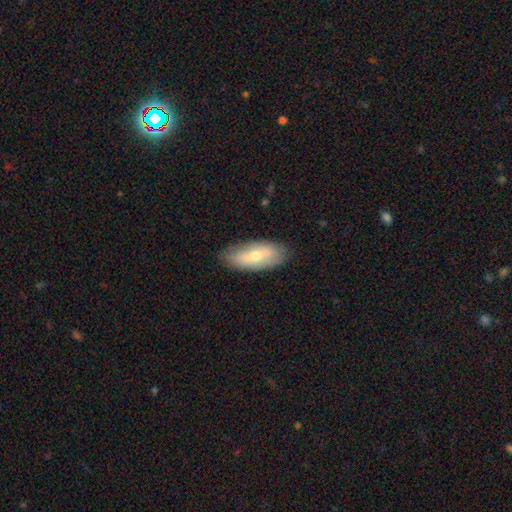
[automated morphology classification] smooth_or_featured: smooth (p=0.58) [alt: featured or disk p=0.36]
how_rounded: in between (p=0.82) [alt: cigar-shaped p=0.16]
merging: none (p=0.83) [alt: minor disturbance p=0.13]